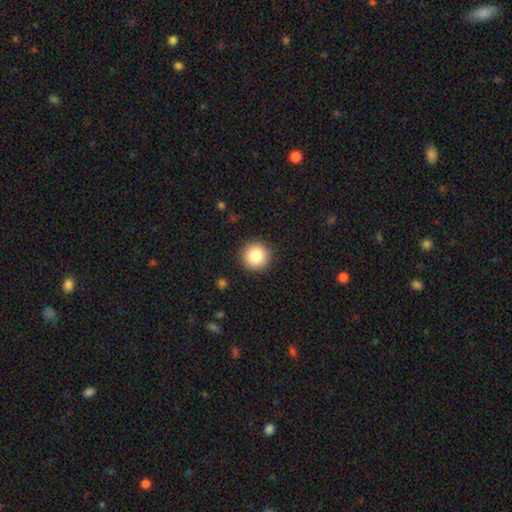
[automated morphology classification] This appears to be a smooth galaxy with no disk features (84%) that is round (96%). Merging: none (92%).